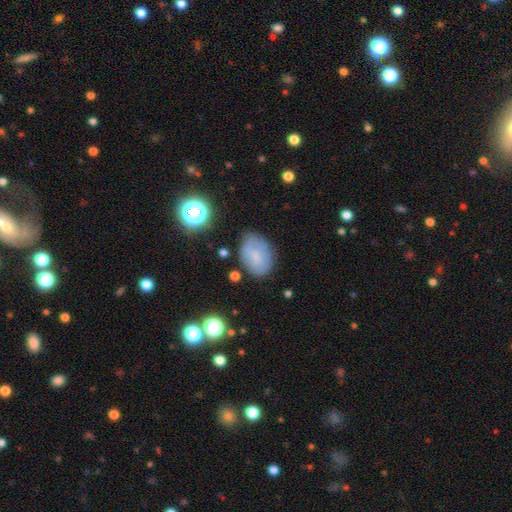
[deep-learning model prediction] Smooth or featured?
  - smooth: 66% *
  - featured or disk: 22%
  - star or artifact: 12%
How rounded?
  - in between: 74% *
  - round: 25%
  - cigar-shaped: 1%
Merging?
  - none: 68% *
  - minor disturbance: 22%
  - major disturbance: 7%
  - merger: 3%